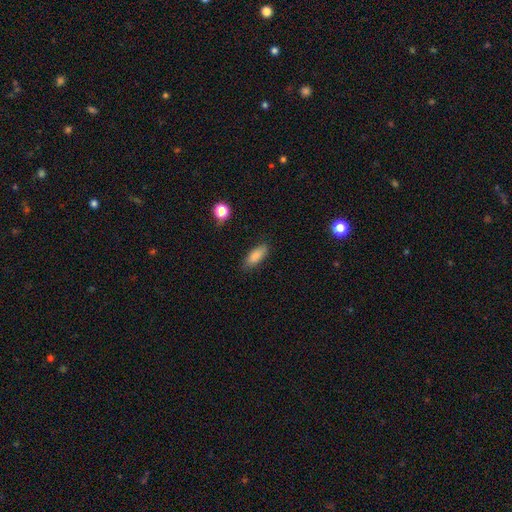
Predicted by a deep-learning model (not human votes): The model was most divided on "how rounded": in between: 76%, cigar-shaped: 22%, round: 2%. More confident: smooth or featured — smooth (85%); merging — none (82%).